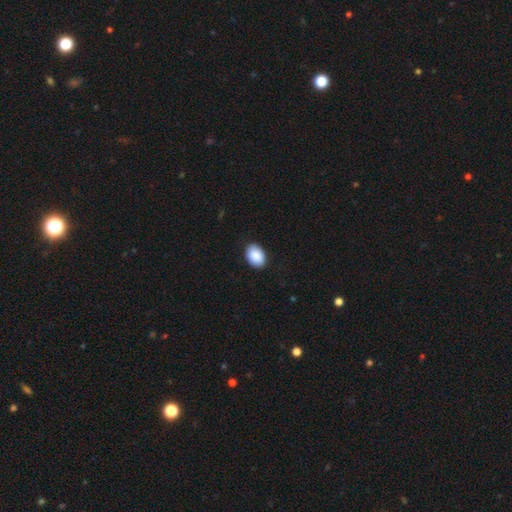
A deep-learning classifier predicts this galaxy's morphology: type=smooth (91%); roundness=in between (83%); merging=none (88%).